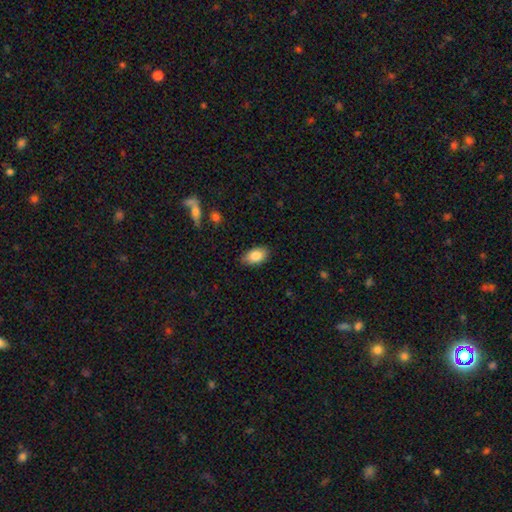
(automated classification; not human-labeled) smooth-or-featured: smooth: 85% | featured or disk: 7% | star or artifact: 7%
  how-rounded: in between: 92% | round: 6% | cigar-shaped: 2%
  merging: none: 83% | minor disturbance: 13% | major disturbance: 3% | merger: 1%